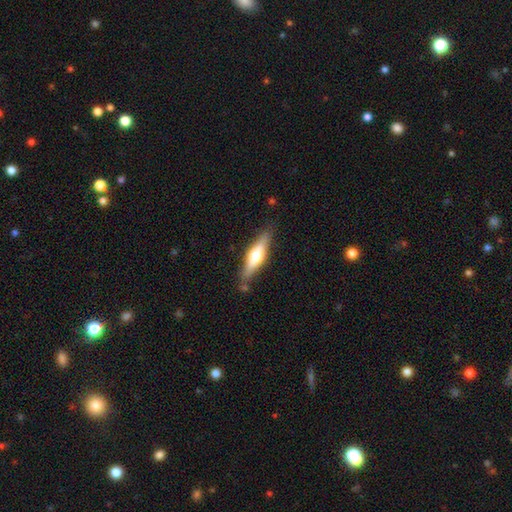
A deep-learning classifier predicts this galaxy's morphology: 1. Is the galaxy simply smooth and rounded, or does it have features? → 53% featured or disk, 41% smooth, 6% star or artifact.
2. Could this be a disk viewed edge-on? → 93% yes, 7% no.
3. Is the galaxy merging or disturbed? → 80% none, 14% minor disturbance, 3% merger, 3% major disturbance.